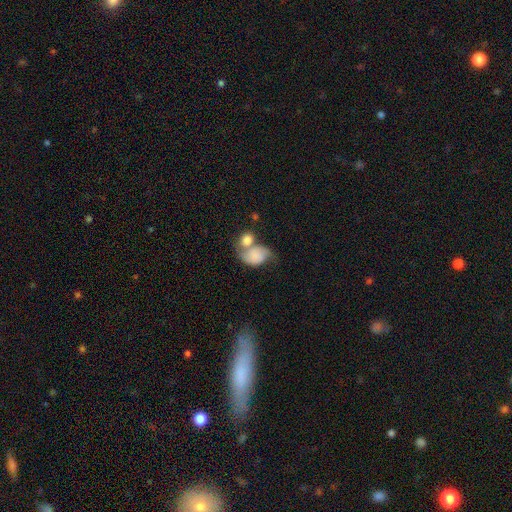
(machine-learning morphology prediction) A smooth galaxy with no disk features (61%) that is in between round and cigar-shaped (70%).

Vote fractions:
- Smooth or featured? smooth: 61% / featured or disk: 31% / star or artifact: 8%
- How rounded? in between: 70% / round: 29% / cigar-shaped: 1%
- Merging? merger: 52% / none: 21% / minor disturbance: 15% / major disturbance: 12%